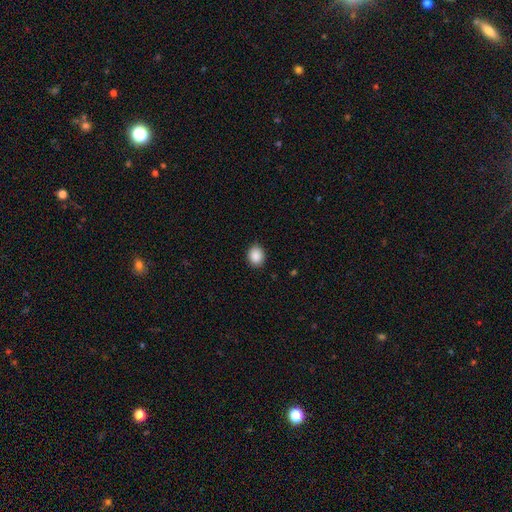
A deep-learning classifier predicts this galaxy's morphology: smooth_or_featured: smooth (p=0.89) [alt: star or artifact p=0.08]
how_rounded: round (p=0.58) [alt: in between p=0.41]
merging: none (p=0.88) [alt: minor disturbance p=0.09]